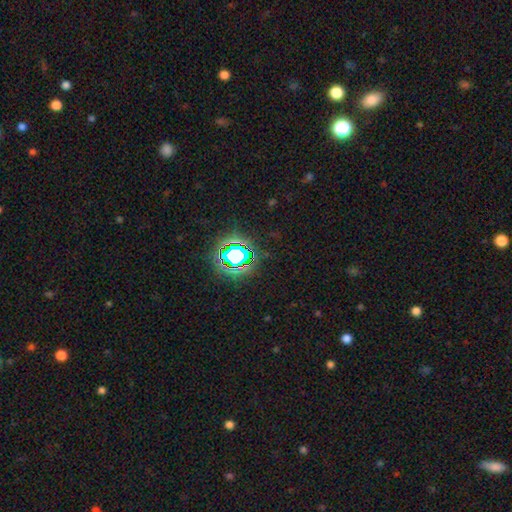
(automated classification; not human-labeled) A star or artifact, not a galaxy (74%).

Vote fractions:
- Smooth or featured? star or artifact: 74% / smooth: 17% / featured or disk: 9%